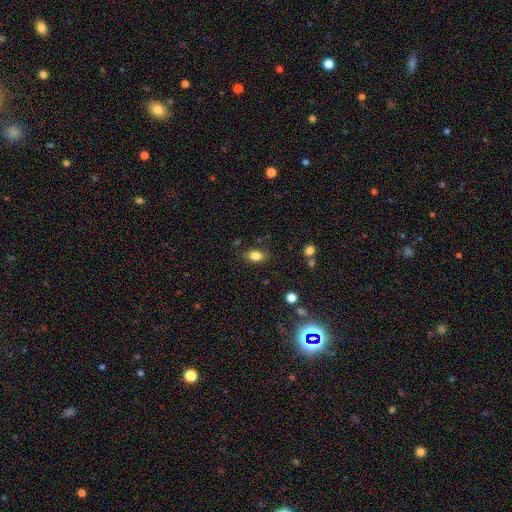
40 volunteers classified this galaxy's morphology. smooth-or-featured: smooth: 82% | featured or disk: 10% | star or artifact: 8%
  how-rounded: in between: 91% | round: 6% | cigar-shaped: 3%
  merging: none: 92% | minor disturbance: 8% | major disturbance: 0% | merger: 0%